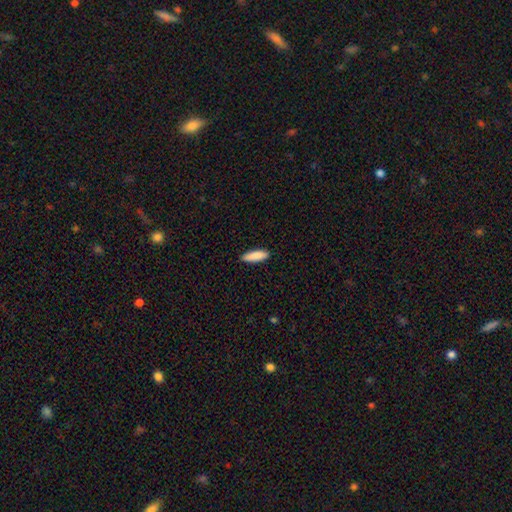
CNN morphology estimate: This appears to be a smooth galaxy with no disk features (89%) that is cigar-shaped (54%). Merging: none (88%).